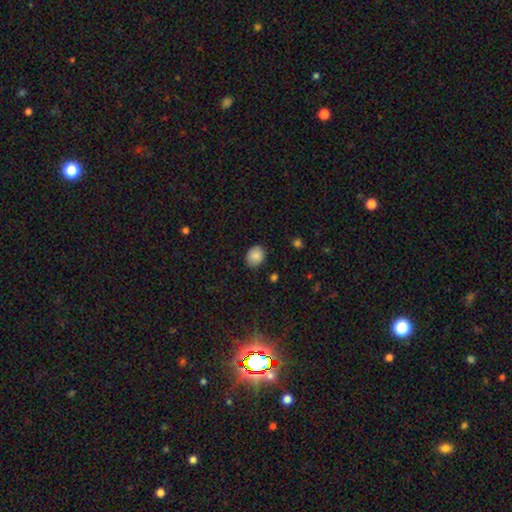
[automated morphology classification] Smooth or featured? smooth (87%)
How rounded? in between (55%)
Merging? none (85%)